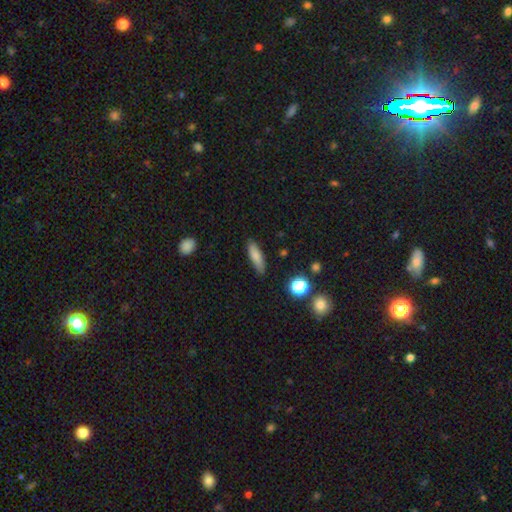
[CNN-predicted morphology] Smooth or featured?
  - smooth: 80% *
  - featured or disk: 12%
  - star or artifact: 8%
How rounded?
  - cigar-shaped: 61% *
  - in between: 36%
  - round: 3%
Merging?
  - none: 84% *
  - minor disturbance: 12%
  - major disturbance: 2%
  - merger: 2%